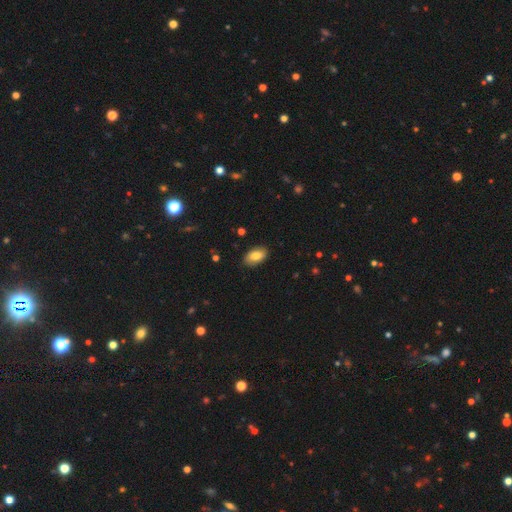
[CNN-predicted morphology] smooth-or-featured: smooth: 83% | featured or disk: 10% | star or artifact: 7%
  how-rounded: in between: 93% | round: 5% | cigar-shaped: 2%
  merging: none: 87% | minor disturbance: 10% | major disturbance: 2% | merger: 1%